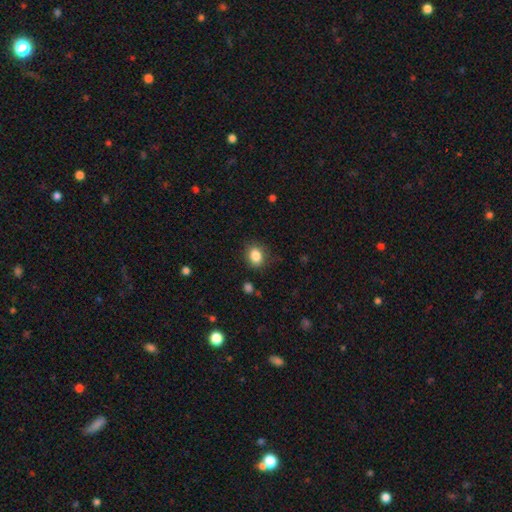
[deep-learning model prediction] This appears to be a smooth galaxy with no disk features (85%) that is in between round and cigar-shaped (60%). Merging: none (83%).